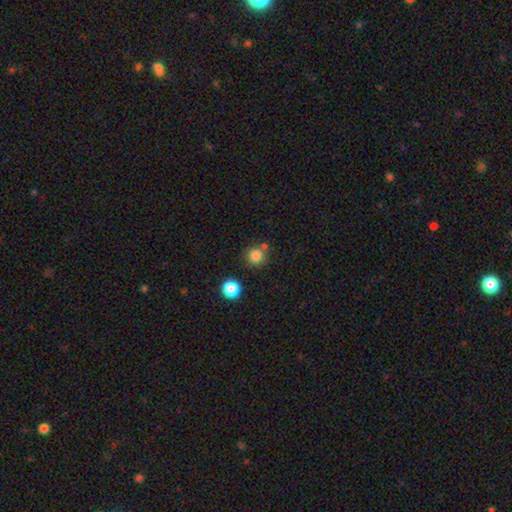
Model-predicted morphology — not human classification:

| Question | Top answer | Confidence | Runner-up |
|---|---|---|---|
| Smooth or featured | smooth | 82% | star or artifact (13%) |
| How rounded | round | 93% | in between (6%) |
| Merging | none | 75% | merger (13%) |